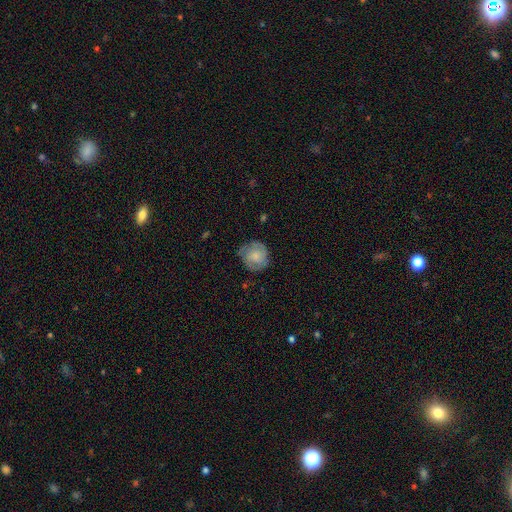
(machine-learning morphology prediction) type=smooth (47%); merging=none (68%).